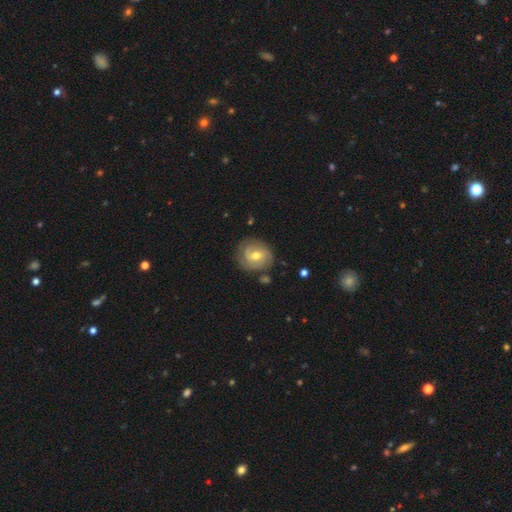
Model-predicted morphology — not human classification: smooth_or_featured: featured or disk (p=0.70) [alt: smooth p=0.24]
disk_edge_on: no (p=0.97) [alt: yes p=0.03]
bar: weak (p=0.50) [alt: no p=0.38]
has_spiral_arms: yes (p=0.87) [alt: no p=0.13]
spiral_winding: tight (p=0.55) [alt: medium p=0.33]
spiral_arm_count: 2 (p=0.48) [alt: can't tell p=0.25]
bulge_size: moderate (p=0.72) [alt: small p=0.22]
merging: none (p=0.74) [alt: minor disturbance p=0.17]